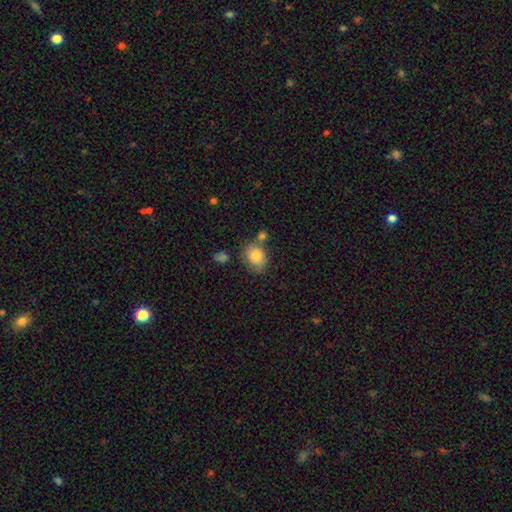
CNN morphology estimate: The model was most divided on "how rounded": in between: 58%, round: 41%, cigar-shaped: 1%. More confident: smooth or featured — smooth (83%); merging — none (64%).